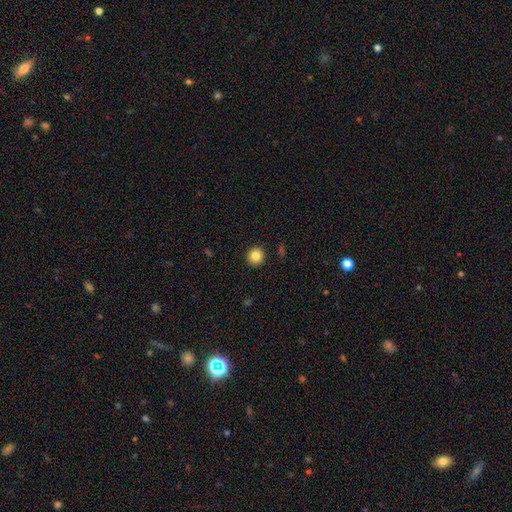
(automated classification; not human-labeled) A smooth galaxy with no disk features (83%) that is round (94%). Merging: none (93%).